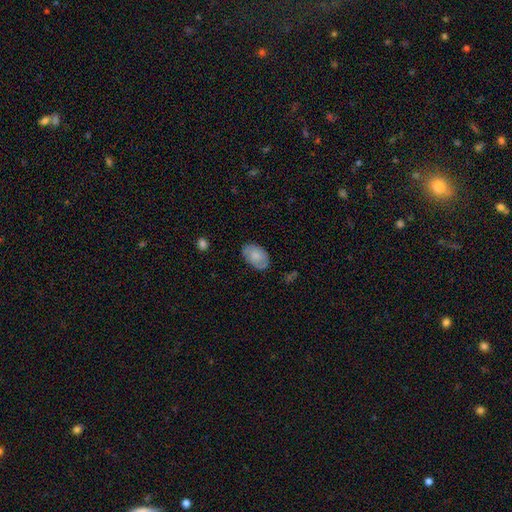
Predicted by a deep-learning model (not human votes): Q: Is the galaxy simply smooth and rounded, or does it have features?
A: smooth — 72%.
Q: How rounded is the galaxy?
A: in between — 90%.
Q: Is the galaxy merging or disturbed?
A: none — 77%.